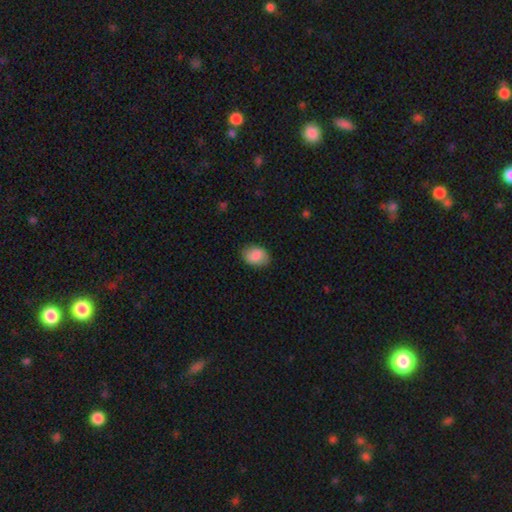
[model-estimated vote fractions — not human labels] Q: Smooth or featured?
A: smooth (85%); runner-up: featured or disk (8%)
Q: How rounded?
A: in between (73%); runner-up: round (26%)
Q: Merging?
A: none (81%); runner-up: minor disturbance (15%)